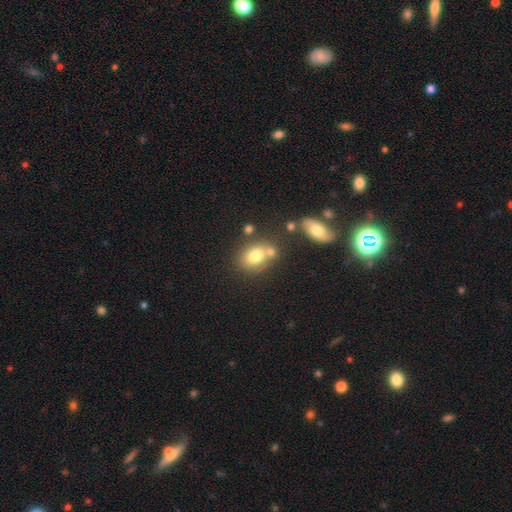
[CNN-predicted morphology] A smooth galaxy with no disk features (75%) that is in between round and cigar-shaped (54%). Merging: none (54%).